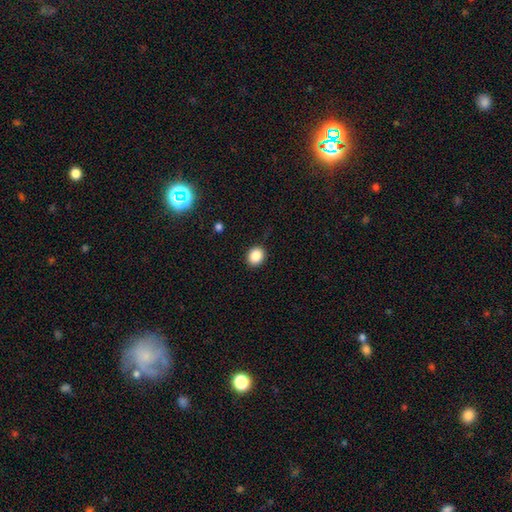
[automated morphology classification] A smooth galaxy with no disk features (88%) that is round (68%). Merging: none (89%).